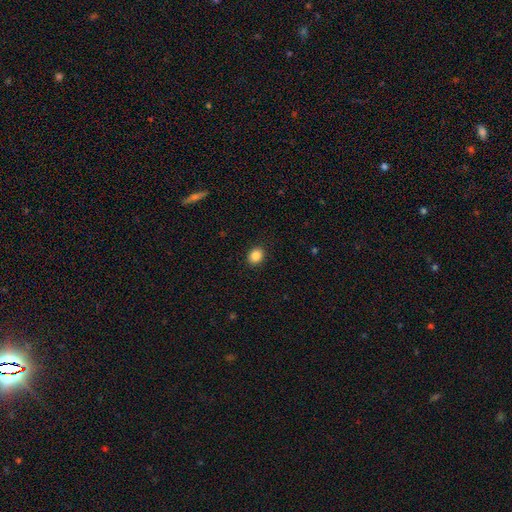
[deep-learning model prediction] Smooth or featured? smooth (87%)
How rounded? round (54%)
Merging? none (90%)